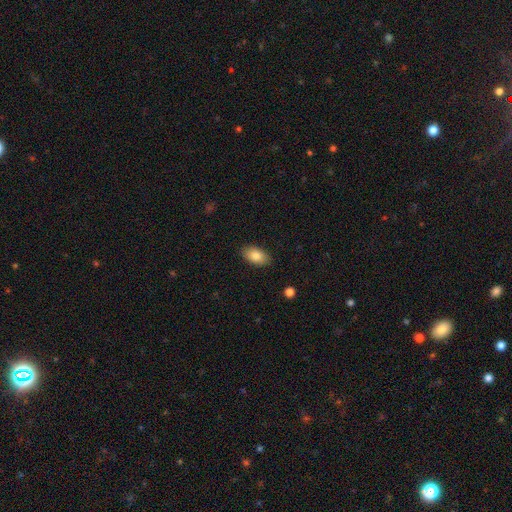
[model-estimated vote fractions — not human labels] Q: Smooth or featured?
A: smooth (83%); runner-up: featured or disk (9%)
Q: How rounded?
A: in between (93%); runner-up: round (5%)
Q: Merging?
A: none (88%); runner-up: minor disturbance (9%)